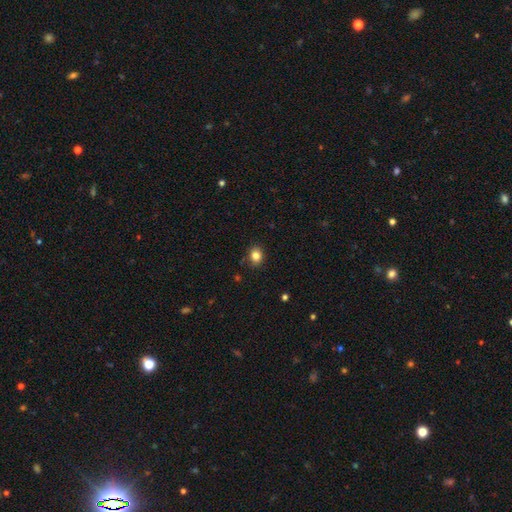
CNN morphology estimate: Smooth or featured? smooth (84%)
How rounded? round (51%)
Merging? none (85%)